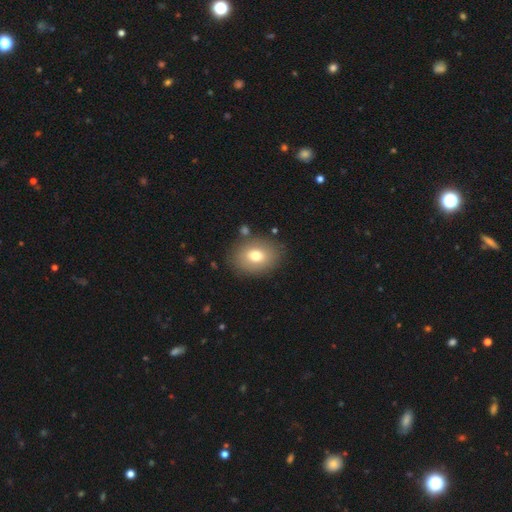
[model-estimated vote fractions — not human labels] Smooth or featured? smooth (72%)
How rounded? in between (68%)
Merging? none (82%)